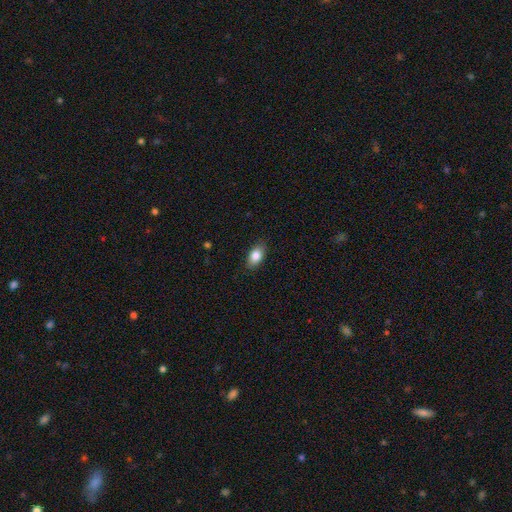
Smooth or featured? smooth (87%)
How rounded? in between (88%)
Merging? none (89%)